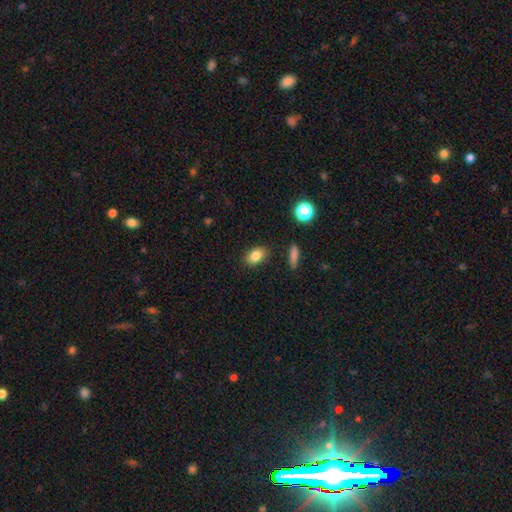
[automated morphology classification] type=smooth (83%); roundness=in between (82%); merging=none (85%).